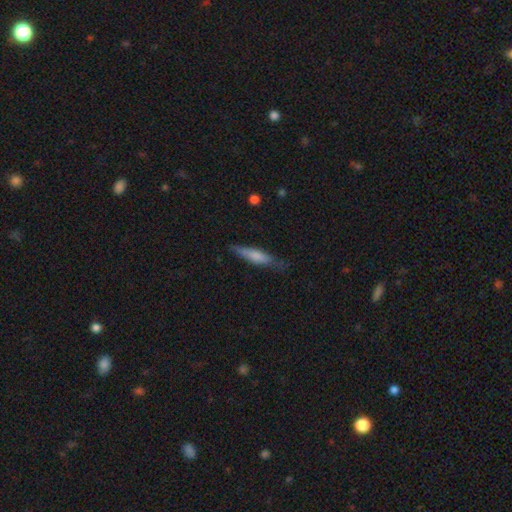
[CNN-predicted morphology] Overall: smooth (62%; featured or disk 32%). How rounded: cigar-shaped (77%). Merging: none (73%).